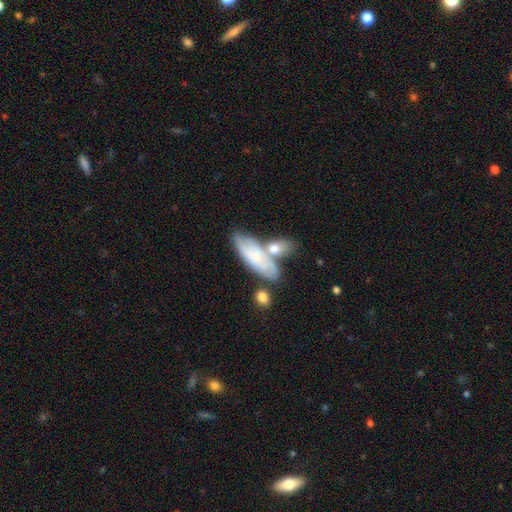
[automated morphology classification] This appears to be a smooth galaxy with no disk features (52%) that is in between round and cigar-shaped (69%). Merging: none (45%).